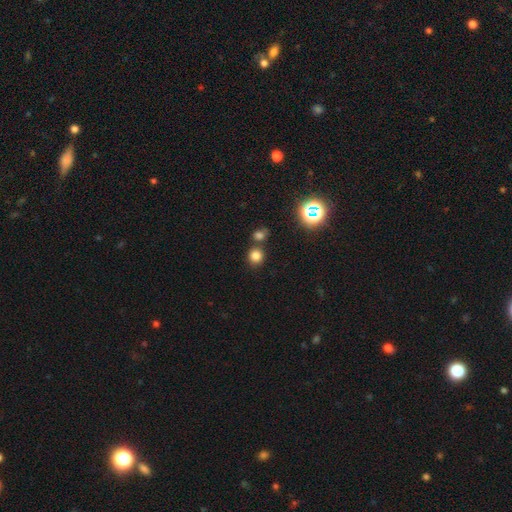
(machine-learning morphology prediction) Smooth or featured?
  - smooth: 77% *
  - star or artifact: 18%
  - featured or disk: 6%
How rounded?
  - round: 88% *
  - in between: 11%
  - cigar-shaped: 1%
Merging?
  - none: 73% *
  - merger: 17%
  - minor disturbance: 8%
  - major disturbance: 3%